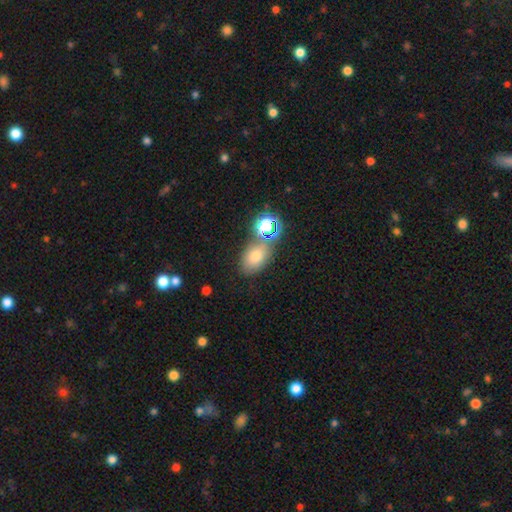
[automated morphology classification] A smooth galaxy with no disk features (68%) that is in between round and cigar-shaped (77%). Merging: none (65%).